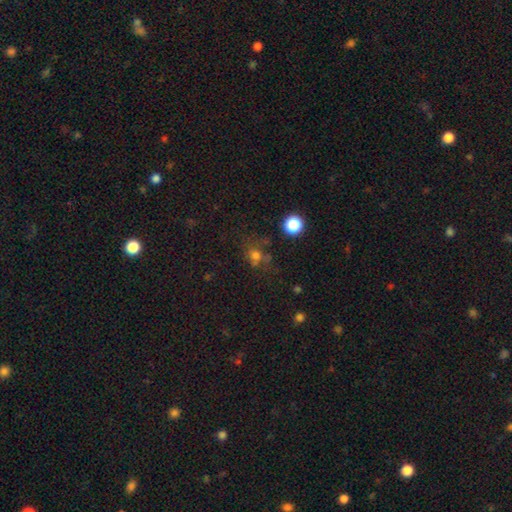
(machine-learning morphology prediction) Overall: smooth (61%; star or artifact 27%). How rounded: round (77%). Merging: none (58%).